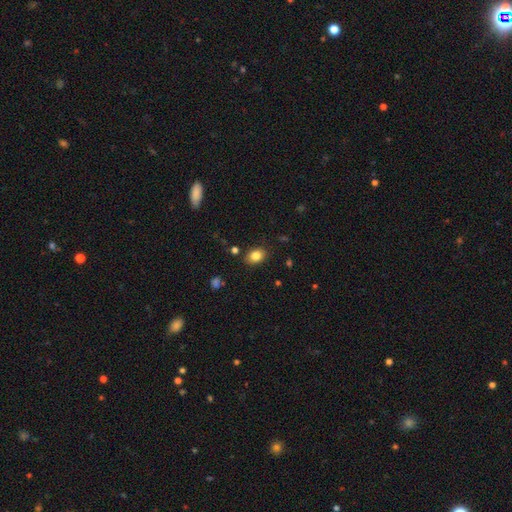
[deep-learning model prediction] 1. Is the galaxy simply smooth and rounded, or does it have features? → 84% smooth, 10% star or artifact, 6% featured or disk.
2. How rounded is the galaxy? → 68% in between, 31% round, 1% cigar-shaped.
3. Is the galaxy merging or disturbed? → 85% none, 10% minor disturbance, 3% major disturbance, 2% merger.